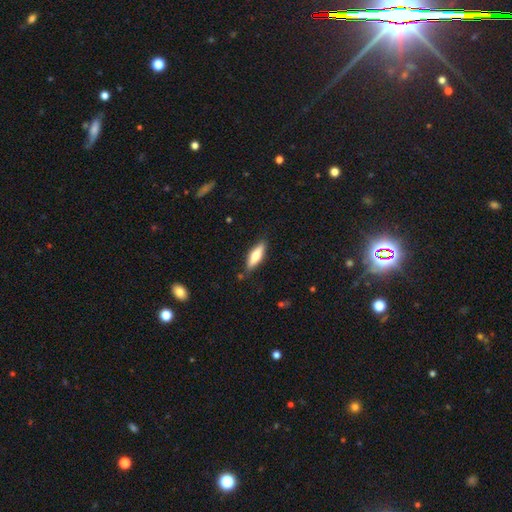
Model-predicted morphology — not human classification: Smooth or featured: smooth — 63% (featured or disk — 31%)
How rounded: cigar-shaped — 53% (in between — 45%)
Merging: none — 85% (minor disturbance — 11%)